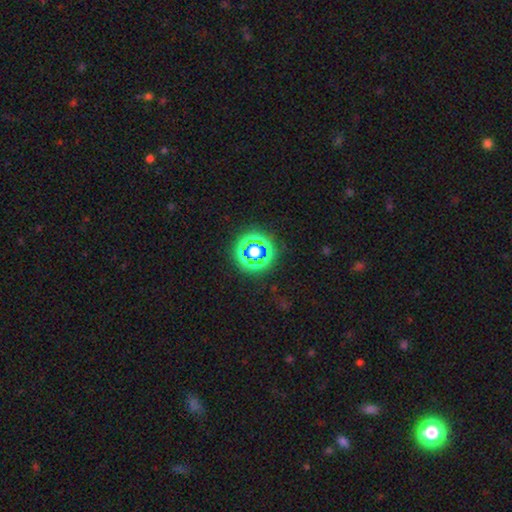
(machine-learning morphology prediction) Q: Smooth or featured?
A: star or artifact (75%); runner-up: smooth (18%)